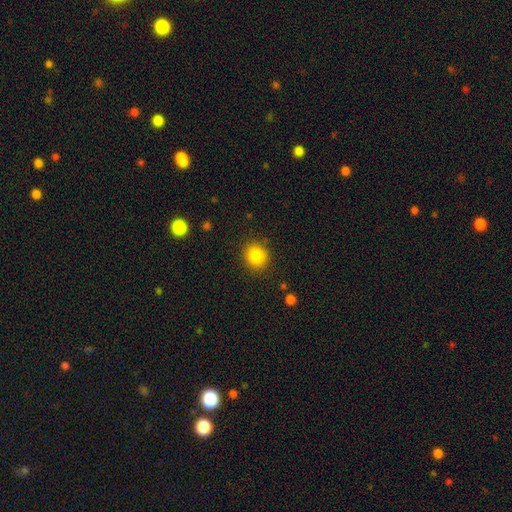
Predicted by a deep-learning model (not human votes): smooth_or_featured: smooth (p=0.84) [alt: star or artifact p=0.10]
how_rounded: round (p=0.82) [alt: in between p=0.17]
merging: none (p=0.88) [alt: minor disturbance p=0.08]